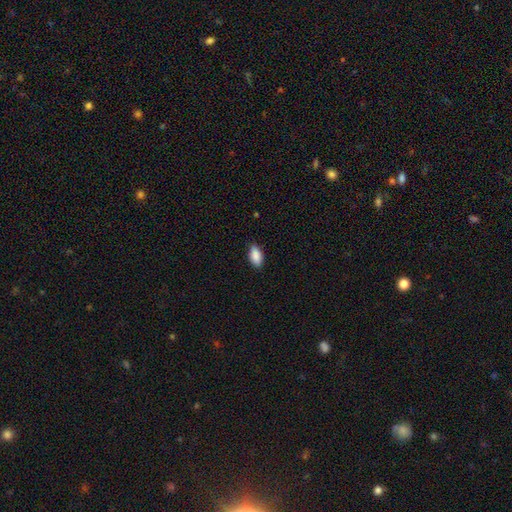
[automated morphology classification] The model was most divided on "merging": none: 86%, minor disturbance: 11%, major disturbance: 2%, merger: 1%. More confident: how rounded — in between (92%); smooth or featured — smooth (89%).